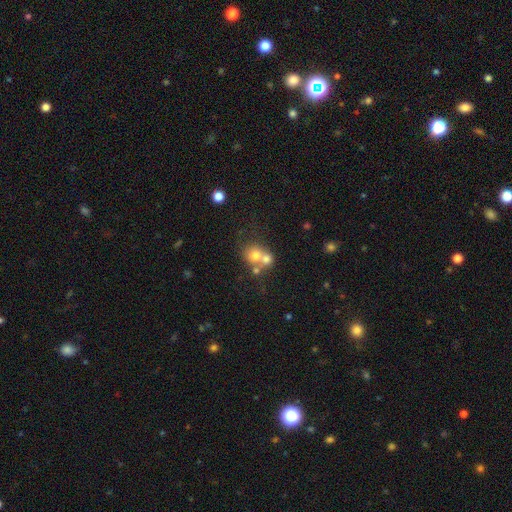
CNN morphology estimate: Q: Smooth or featured?
A: smooth (67%); runner-up: featured or disk (20%)
Q: How rounded?
A: round (80%); runner-up: in between (19%)
Q: Merging?
A: merger (57%); runner-up: none (33%)